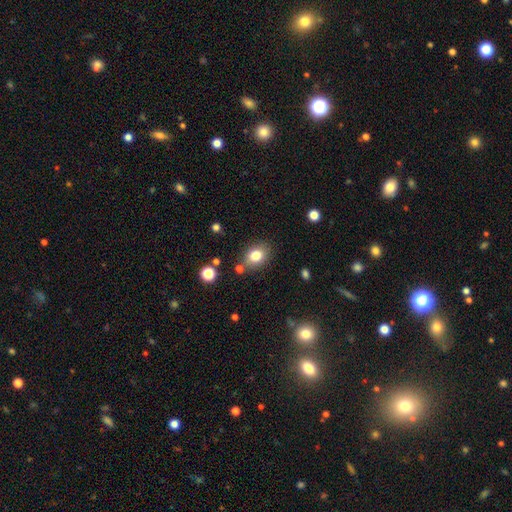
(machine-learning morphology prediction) Smooth or featured?
  - smooth: 80% *
  - star or artifact: 11%
  - featured or disk: 10%
How rounded?
  - in between: 61% *
  - round: 38%
  - cigar-shaped: 1%
Merging?
  - none: 78% *
  - minor disturbance: 12%
  - merger: 6%
  - major disturbance: 4%